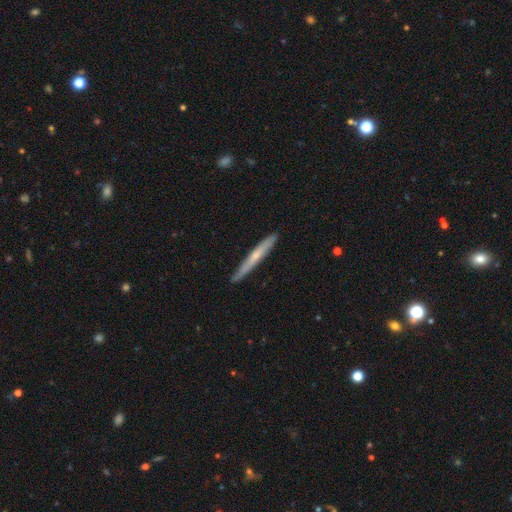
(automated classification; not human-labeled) This is possibly a smooth galaxy (48%). Merging: clearly none (87%).